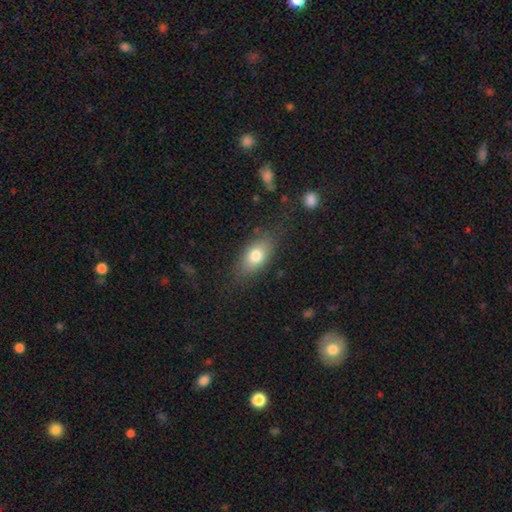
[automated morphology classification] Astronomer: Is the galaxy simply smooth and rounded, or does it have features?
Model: smooth — 76%.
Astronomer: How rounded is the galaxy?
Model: in between — 84%.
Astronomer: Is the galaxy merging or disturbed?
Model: none — 75%.